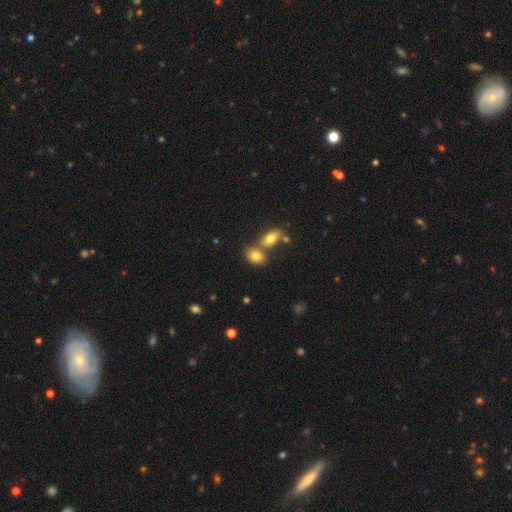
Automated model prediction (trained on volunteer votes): Smooth or featured? smooth (80%)
How rounded? in between (82%)
Merging? none (46%)